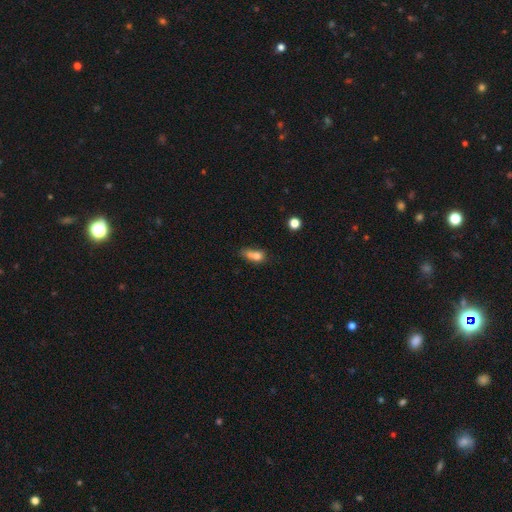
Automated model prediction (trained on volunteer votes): Overall: smooth (72%). How rounded: in between (60%; round 30%). Merging: merger (33%; none 28%).